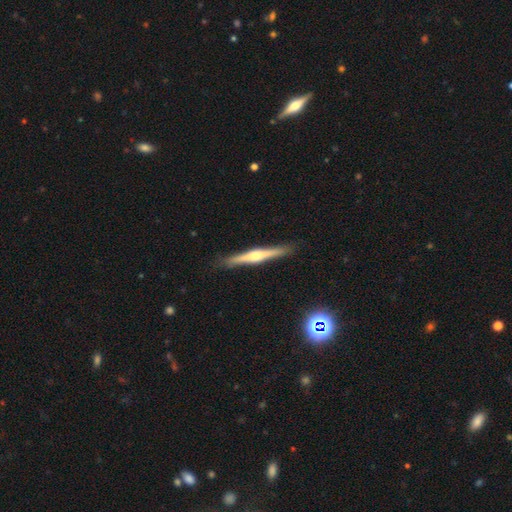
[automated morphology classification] A featured or disk galaxy (70%) viewed edge-on (98%) with a rounded central bulge (87%).

Vote fractions:
- Smooth or featured? featured or disk: 70% / smooth: 25% / star or artifact: 5%
- Edge-on disk? yes: 98% / no: 2%
- Edge-on bulge? rounded: 87% / none: 7% / boxy: 7%
- Merging? none: 89% / minor disturbance: 8% / major disturbance: 2% / merger: 1%